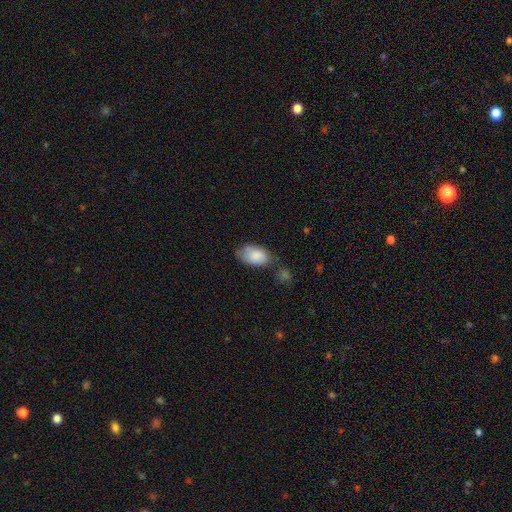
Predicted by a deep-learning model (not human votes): This is clearly a smooth galaxy (86%). How rounded: clearly in between (93%). Merging: possibly none (49%).